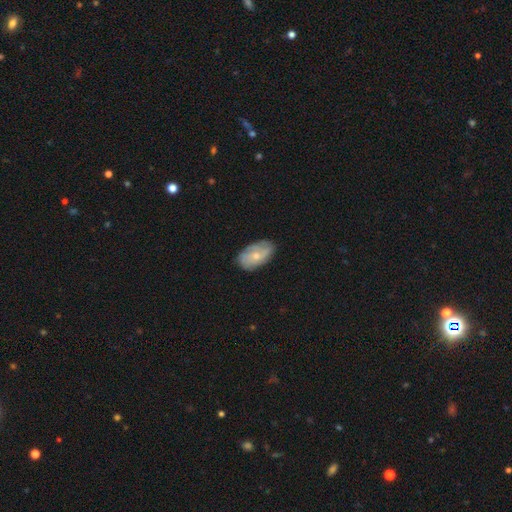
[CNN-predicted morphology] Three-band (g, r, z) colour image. It shows a smooth galaxy with no disk features (49%). Merging: none (72%).